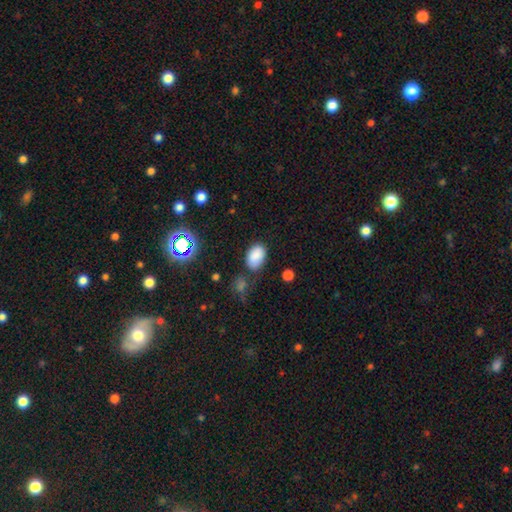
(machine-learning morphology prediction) smooth_or_featured: smooth (p=0.85) [alt: star or artifact p=0.11]
how_rounded: in between (p=0.89) [alt: round p=0.10]
merging: none (p=0.71) [alt: minor disturbance p=0.19]